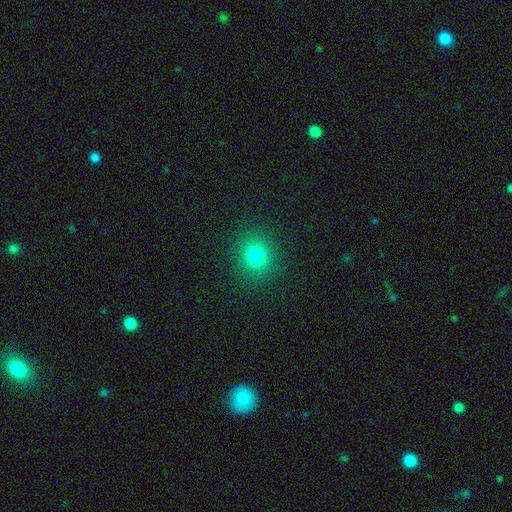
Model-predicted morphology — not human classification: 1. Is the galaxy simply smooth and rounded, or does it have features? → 79% smooth, 14% star or artifact, 6% featured or disk.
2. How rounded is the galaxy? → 80% round, 19% in between, 1% cigar-shaped.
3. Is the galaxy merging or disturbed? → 89% none, 7% minor disturbance, 3% major disturbance, 1% merger.